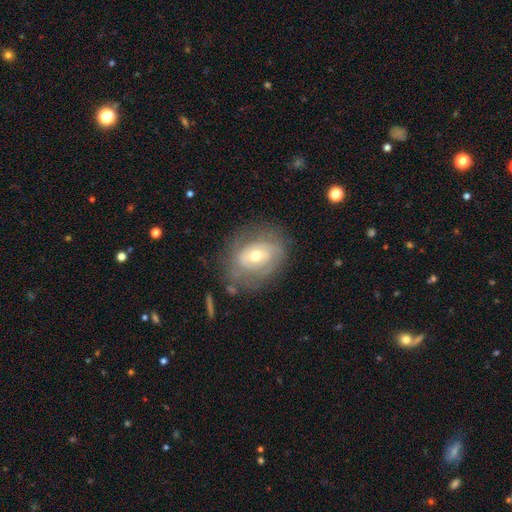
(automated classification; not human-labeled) smooth_or_featured: featured or disk (p=0.66) [alt: smooth p=0.26]
disk_edge_on: no (p=0.95) [alt: yes p=0.05]
bar: no (p=0.59) [alt: weak p=0.30]
has_spiral_arms: yes (p=0.60) [alt: no p=0.40]
bulge_size: moderate (p=0.62) [alt: small p=0.32]
merging: none (p=0.65) [alt: minor disturbance p=0.20]